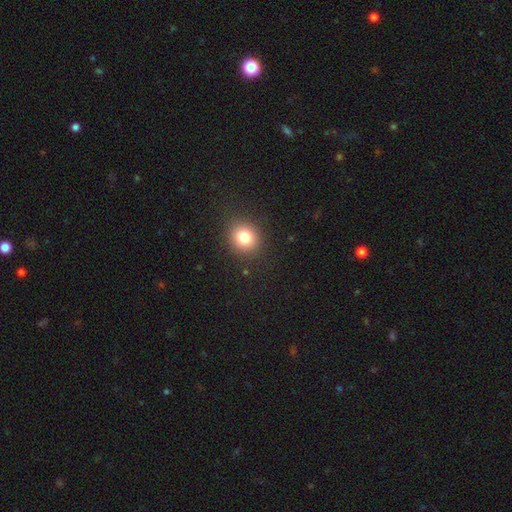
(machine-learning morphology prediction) smooth_or_featured: smooth (p=0.73) [alt: star or artifact p=0.22]
how_rounded: round (p=0.87) [alt: in between p=0.11]
merging: none (p=0.92) [alt: minor disturbance p=0.05]